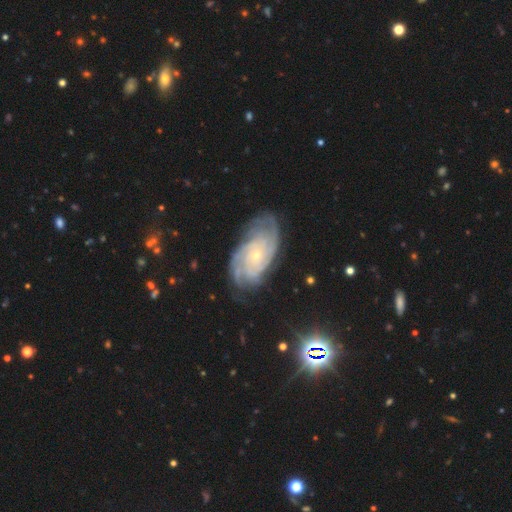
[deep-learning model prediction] The model was most divided on "spiral arm count": can't tell: 29%, 4: 23%, 3: 18%, 2: 14%, more than 4: 10%, 1: 6%. More confident: spiral arms — yes (97%); edge-on disk — no (96%); smooth or featured — featured or disk (86%); bulge size — small (81%); bar — no (78%); merging — none (74%); spiral winding — tight (72%).